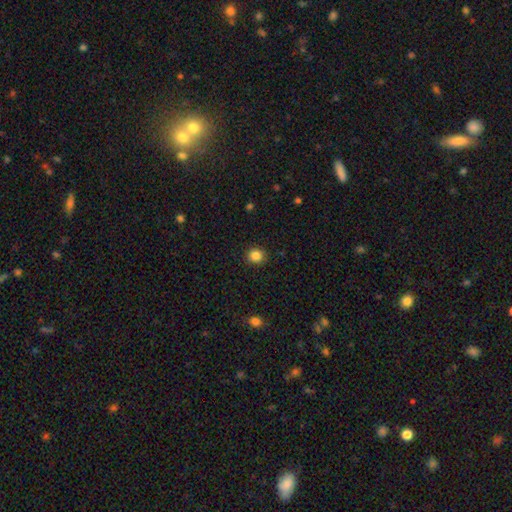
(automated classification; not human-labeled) Smooth or featured? smooth (86%)
How rounded? round (84%)
Merging? none (90%)